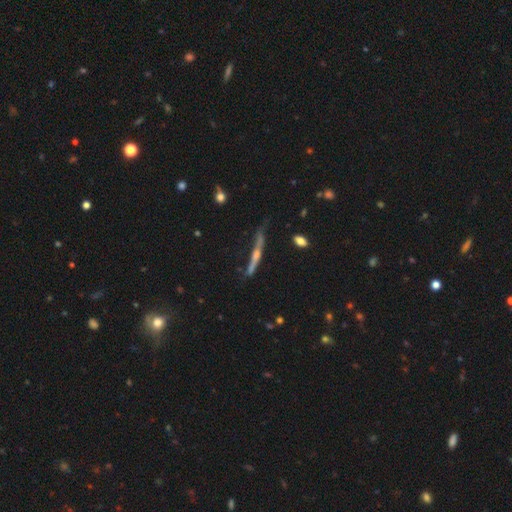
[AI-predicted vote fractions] Smooth or featured? Predicted: featured or disk (p=0.71). Edge-on disk? Predicted: yes (p=0.95). Edge-on bulge? Predicted: rounded (p=0.69). Merging? Predicted: none (p=0.67).